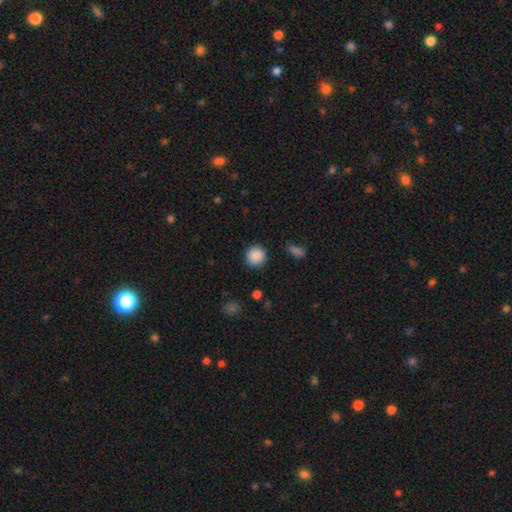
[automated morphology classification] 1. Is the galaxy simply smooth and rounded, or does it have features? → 88% smooth, 9% star or artifact, 3% featured or disk.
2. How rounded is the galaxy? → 93% round, 6% in between, 1% cigar-shaped.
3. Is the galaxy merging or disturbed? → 89% none, 7% minor disturbance, 3% major disturbance, 1% merger.